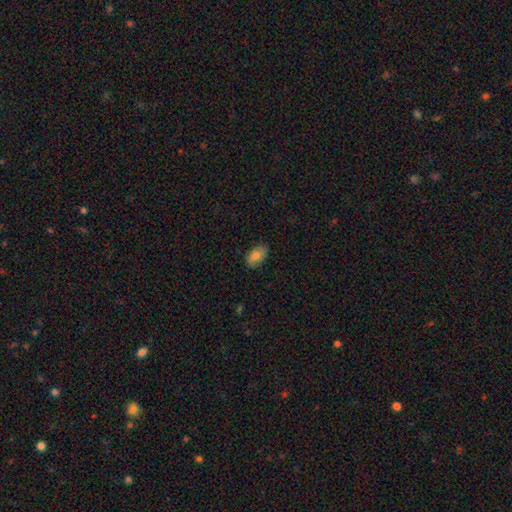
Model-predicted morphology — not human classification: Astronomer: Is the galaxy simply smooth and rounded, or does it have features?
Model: smooth — 83%.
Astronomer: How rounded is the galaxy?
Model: in between — 92%.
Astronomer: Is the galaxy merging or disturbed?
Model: none — 82%.